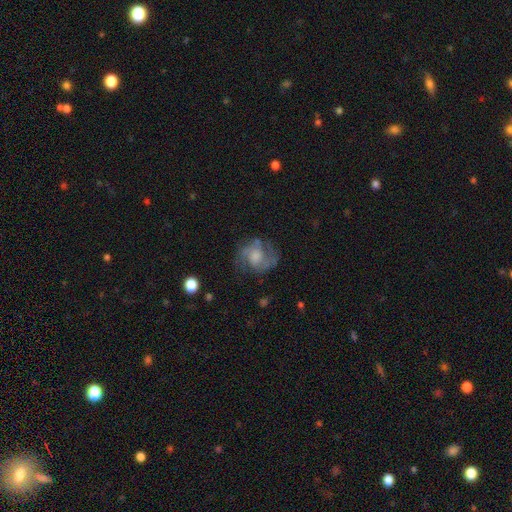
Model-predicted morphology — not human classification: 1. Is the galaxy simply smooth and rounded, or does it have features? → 67% featured or disk, 25% smooth, 8% star or artifact.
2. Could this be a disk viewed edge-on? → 98% no, 2% yes.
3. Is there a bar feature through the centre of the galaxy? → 69% no, 27% weak, 5% strong.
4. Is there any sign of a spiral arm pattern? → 85% yes, 15% no.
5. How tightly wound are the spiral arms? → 51% medium, 26% tight, 23% loose.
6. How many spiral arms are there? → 56% 2, 19% can't tell, 14% 3, 5% 1, 4% 4, 3% more than 4.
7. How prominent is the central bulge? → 36% moderate, 25% small, 19% large, 18% none, 2% dominant.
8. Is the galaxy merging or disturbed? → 61% none, 20% minor disturbance, 17% major disturbance, 2% merger.